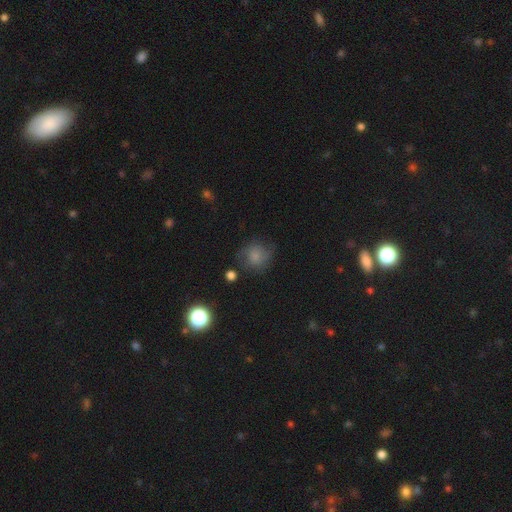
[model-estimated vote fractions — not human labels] Smooth or featured: smooth — 67% (featured or disk — 22%)
How rounded: round — 80% (in between — 19%)
Merging: none — 63% (minor disturbance — 22%)